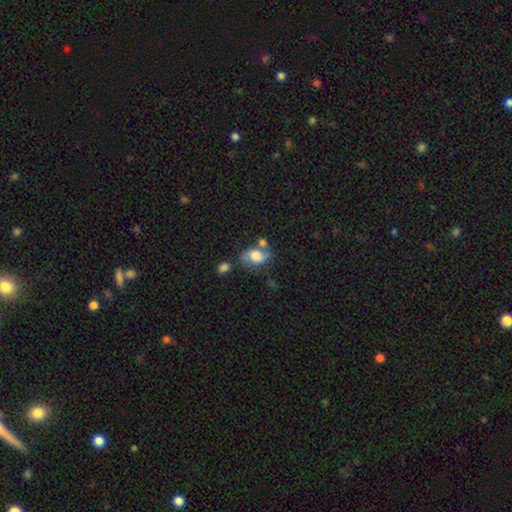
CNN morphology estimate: Q: Smooth or featured?
A: smooth (59%); runner-up: featured or disk (32%)
Q: How rounded?
A: in between (81%); runner-up: round (17%)
Q: Merging?
A: none (43%); runner-up: minor disturbance (24%)